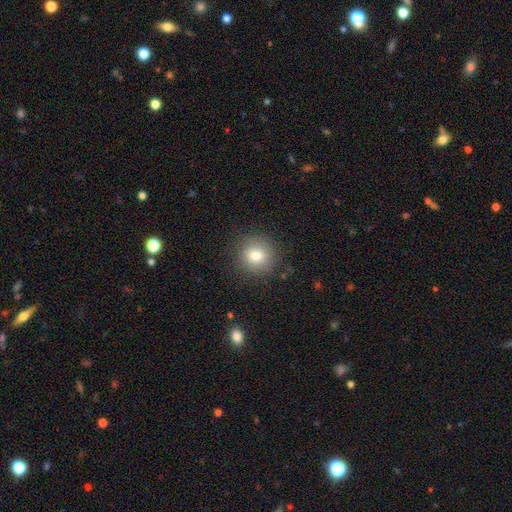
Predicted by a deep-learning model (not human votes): Smooth or featured?
  - smooth: 79% *
  - star or artifact: 11%
  - featured or disk: 10%
How rounded?
  - round: 91% *
  - in between: 8%
  - cigar-shaped: 1%
Merging?
  - none: 86% *
  - minor disturbance: 9%
  - major disturbance: 3%
  - merger: 1%